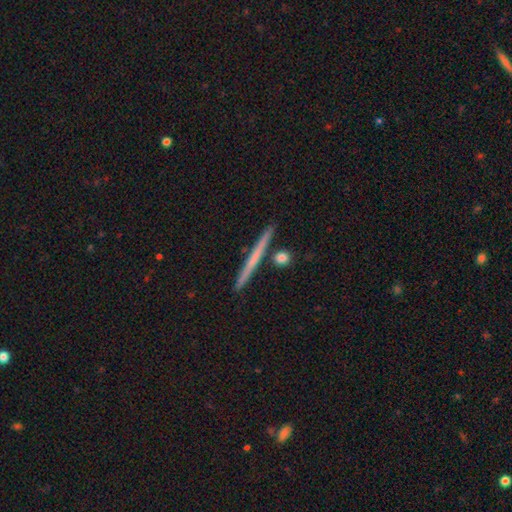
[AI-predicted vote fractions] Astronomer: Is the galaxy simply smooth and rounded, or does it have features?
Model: smooth — 50% (runner-up: featured or disk, 45%).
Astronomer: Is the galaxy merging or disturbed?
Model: none — 87%.